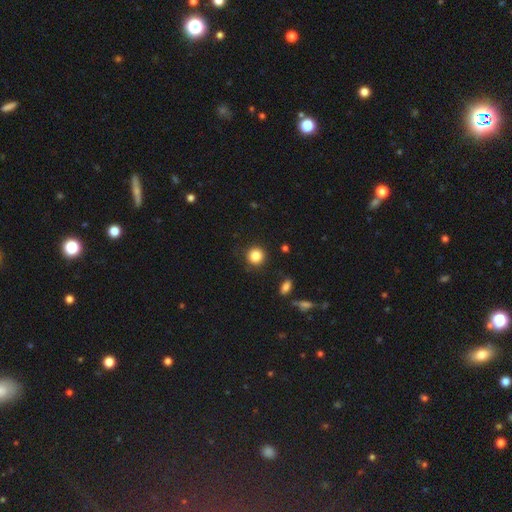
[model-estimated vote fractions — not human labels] A smooth galaxy with no disk features (85%) that is round (93%).

Vote fractions:
- Smooth or featured? smooth: 85% / star or artifact: 11% / featured or disk: 4%
- How rounded? round: 93% / in between: 6% / cigar-shaped: 1%
- Merging? none: 88% / minor disturbance: 8% / major disturbance: 3% / merger: 1%